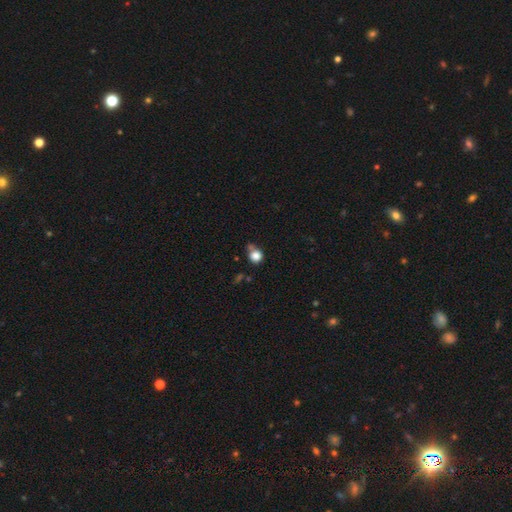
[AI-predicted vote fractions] smooth_or_featured: smooth (p=0.82) [alt: star or artifact p=0.12]
how_rounded: round (p=0.83) [alt: in between p=0.16]
merging: none (p=0.57) [alt: minor disturbance p=0.20]